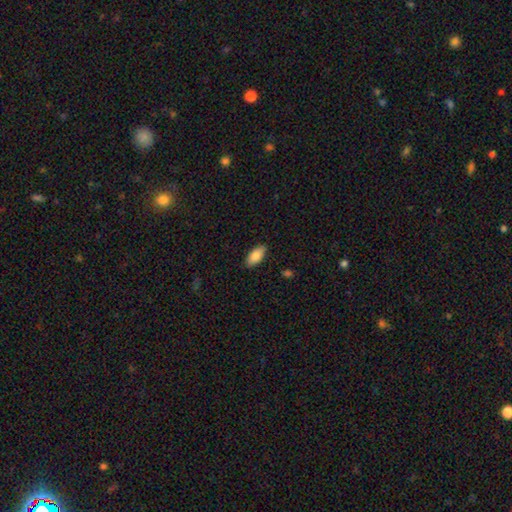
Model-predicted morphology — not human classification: A smooth galaxy with no disk features (87%) that is in between round and cigar-shaped (90%).

Vote fractions:
- Smooth or featured? smooth: 87% / featured or disk: 7% / star or artifact: 6%
- How rounded? in between: 90% / cigar-shaped: 8% / round: 2%
- Merging? none: 87% / minor disturbance: 10% / major disturbance: 2% / merger: 1%